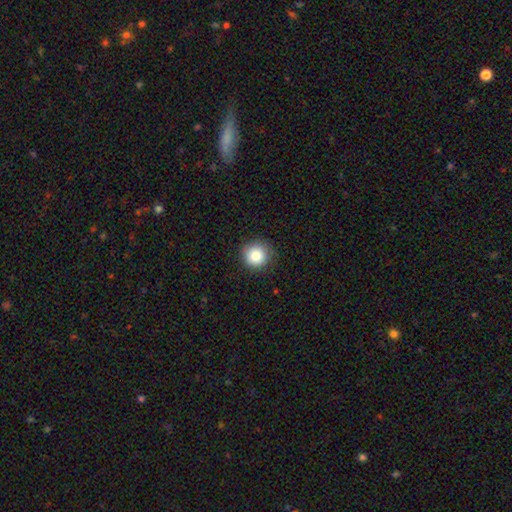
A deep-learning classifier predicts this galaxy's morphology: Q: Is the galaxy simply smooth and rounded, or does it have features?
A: smooth — 84%.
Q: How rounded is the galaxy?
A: round — 94%.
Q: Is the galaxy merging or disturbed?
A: none — 86%.